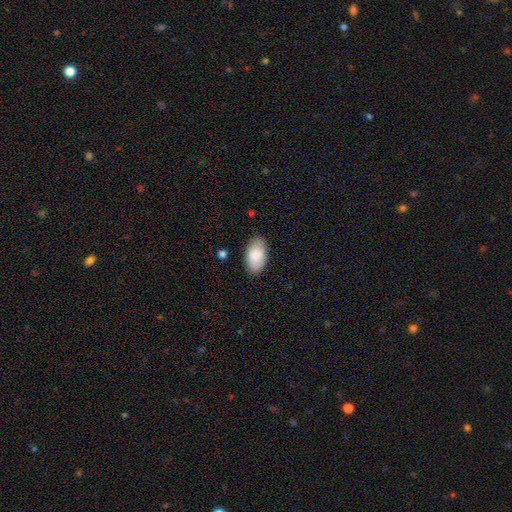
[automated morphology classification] smooth-or-featured: smooth: 86% | featured or disk: 8% | star or artifact: 6%
  how-rounded: in between: 95% | round: 3% | cigar-shaped: 2%
  merging: none: 82% | minor disturbance: 14% | major disturbance: 3% | merger: 1%